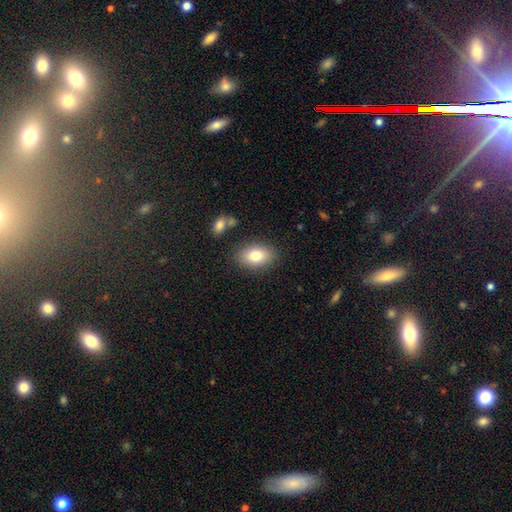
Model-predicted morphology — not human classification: A smooth galaxy with no disk features (79%) that is in between round and cigar-shaped (85%). Merging: none (83%).